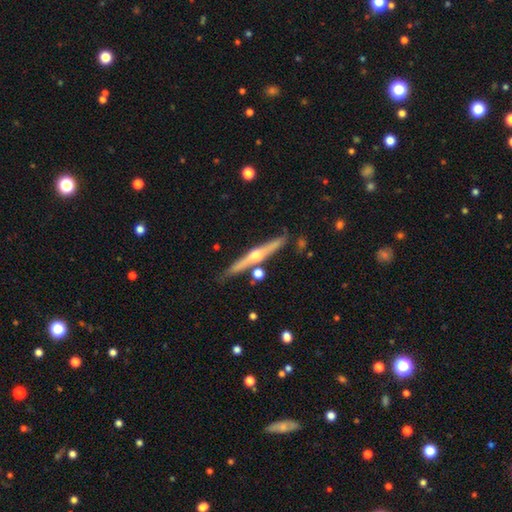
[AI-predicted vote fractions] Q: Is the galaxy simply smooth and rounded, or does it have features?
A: featured or disk — 71%.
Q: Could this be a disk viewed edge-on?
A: yes — 97%.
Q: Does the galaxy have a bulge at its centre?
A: rounded — 93%.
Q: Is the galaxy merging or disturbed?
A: none — 82%.